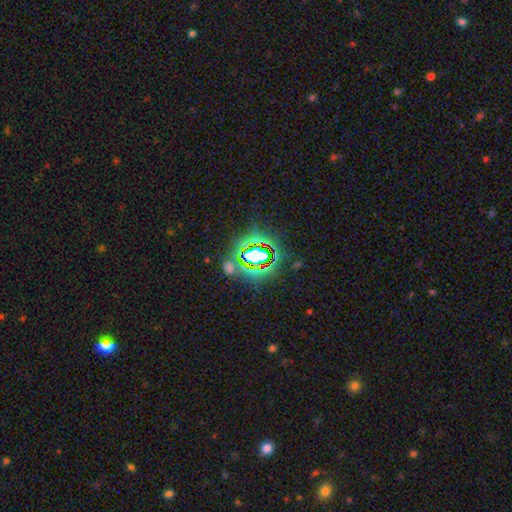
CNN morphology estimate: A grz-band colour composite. It shows a star or artifact, not a galaxy (71%).